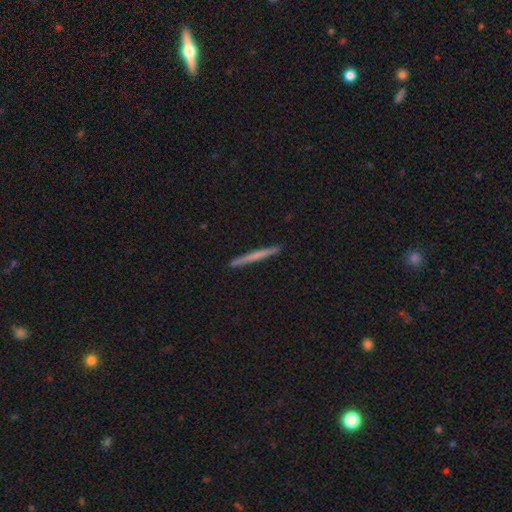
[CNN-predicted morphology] Overall: smooth (52%; featured or disk 42%). How rounded: cigar-shaped (97%). Merging: none (93%).